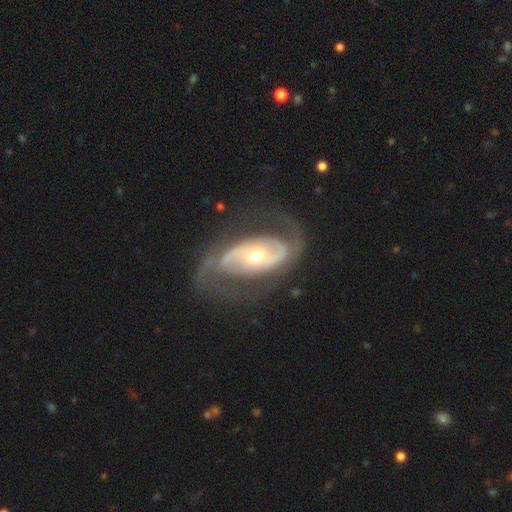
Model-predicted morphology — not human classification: This is clearly a featured or disk galaxy (88%). It is clearly not viewed edge-on (96%). Bar: possibly no (51%). Spiral arm pattern: clearly yes (93%). Spiral arm count: clearly 2 (88%). Spiral winding: possibly medium (47%). Central bulge: possibly moderate (59%). Merging: likely none (69%).